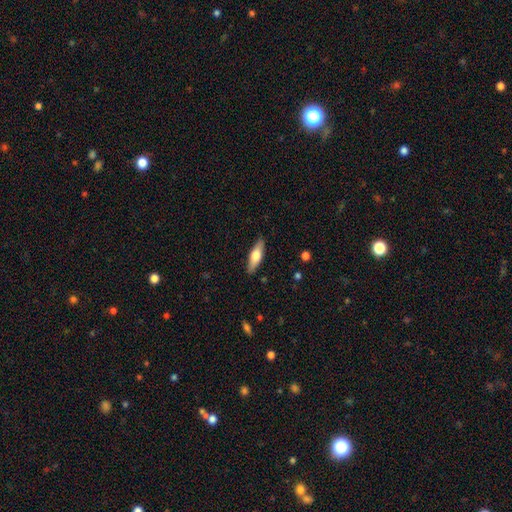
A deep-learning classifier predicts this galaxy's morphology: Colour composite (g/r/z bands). It shows a smooth galaxy with no disk features (60%) that is cigar-shaped (50%). Merging: none (88%).